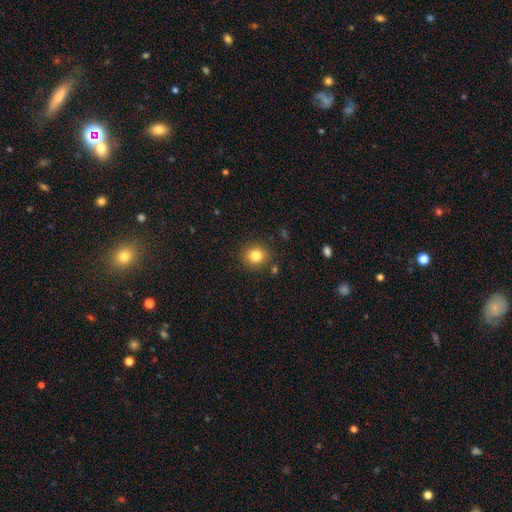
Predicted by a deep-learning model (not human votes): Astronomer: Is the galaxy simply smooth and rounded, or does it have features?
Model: smooth — 82%.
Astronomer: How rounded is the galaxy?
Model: round — 83%.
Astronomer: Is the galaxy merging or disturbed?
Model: none — 88%.